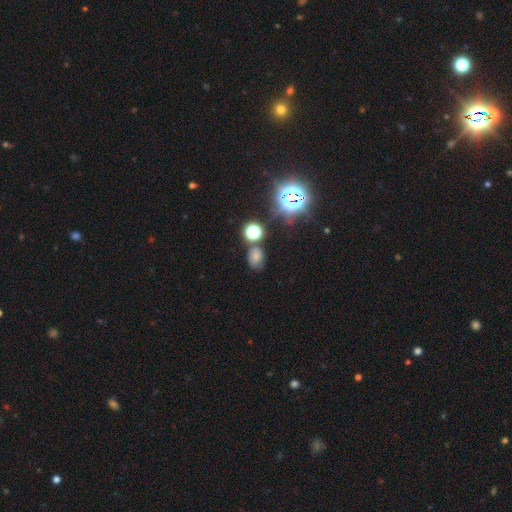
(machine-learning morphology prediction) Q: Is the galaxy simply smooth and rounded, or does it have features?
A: smooth — 55%.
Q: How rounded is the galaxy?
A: in between — 65%.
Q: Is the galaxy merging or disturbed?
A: none — 66%.